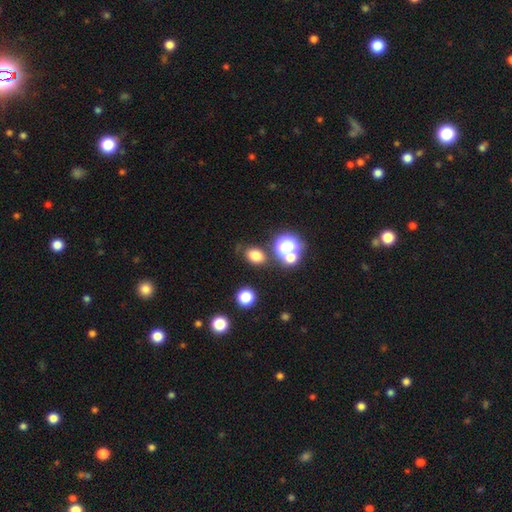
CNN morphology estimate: Smooth or featured: smooth — 75% (star or artifact — 18%)
How rounded: in between — 62% (round — 36%)
Merging: none — 76% (minor disturbance — 12%)